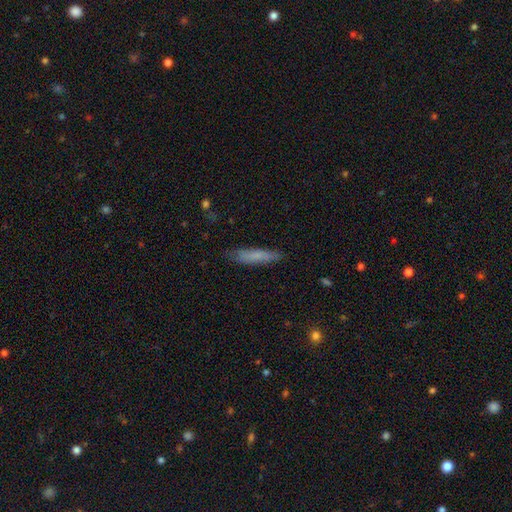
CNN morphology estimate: Q: Smooth or featured?
A: smooth (72%); runner-up: featured or disk (21%)
Q: How rounded?
A: cigar-shaped (86%); runner-up: in between (13%)
Q: Merging?
A: none (80%); runner-up: minor disturbance (16%)